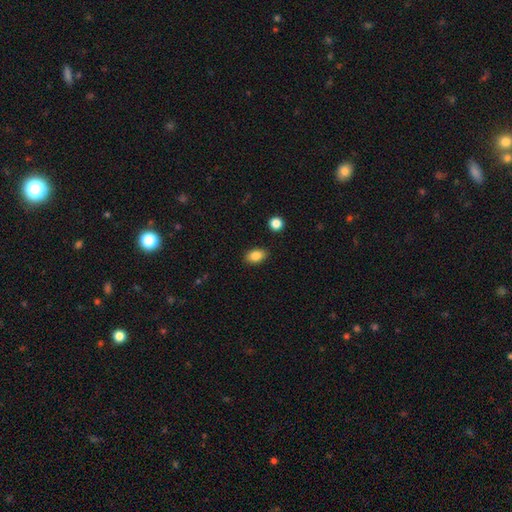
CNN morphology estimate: A smooth galaxy with no disk features (85%) that is in between round and cigar-shaped (87%). Merging: none (87%).